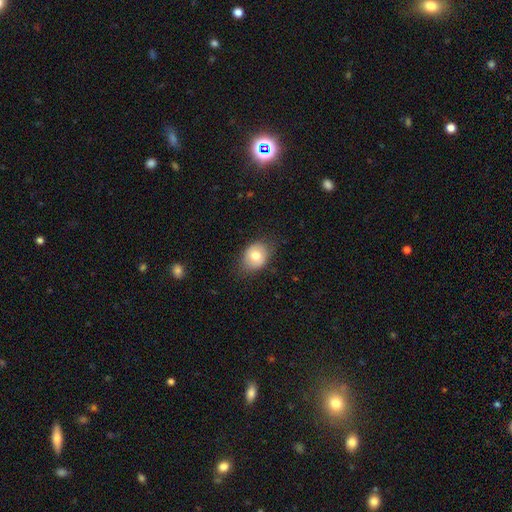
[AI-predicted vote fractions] Smooth or featured?
  - smooth: 74% *
  - featured or disk: 18%
  - star or artifact: 8%
How rounded?
  - in between: 58% *
  - round: 41%
  - cigar-shaped: 1%
Merging?
  - none: 77% *
  - minor disturbance: 18%
  - major disturbance: 4%
  - merger: 1%